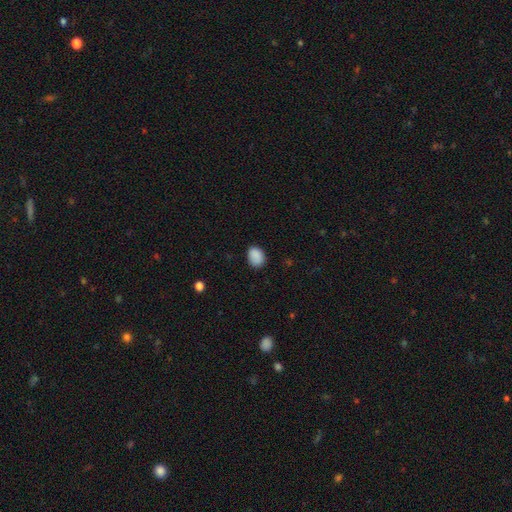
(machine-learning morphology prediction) Smooth or featured? Predicted: smooth (p=0.89). How rounded? Predicted: in between (p=0.65). Merging? Predicted: none (p=0.81).